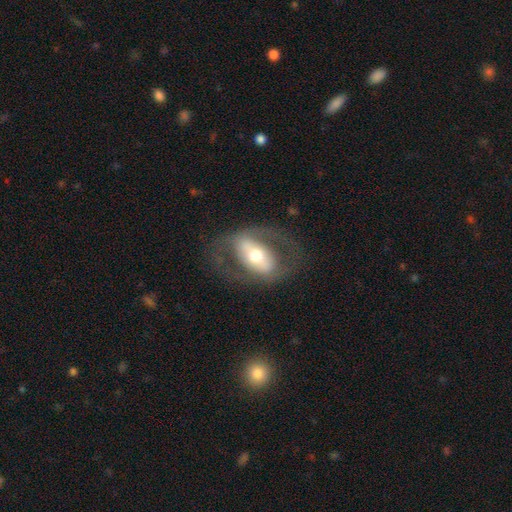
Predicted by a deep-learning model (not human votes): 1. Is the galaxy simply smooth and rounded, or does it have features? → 62% featured or disk, 32% smooth, 6% star or artifact.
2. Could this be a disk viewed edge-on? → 90% no, 10% yes.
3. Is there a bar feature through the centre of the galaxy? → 41% strong, 34% no, 25% weak.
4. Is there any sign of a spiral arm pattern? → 61% no, 39% yes.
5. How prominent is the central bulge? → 64% moderate, 20% large, 12% small, 2% dominant, 1% none.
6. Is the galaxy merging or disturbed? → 69% none, 15% major disturbance, 14% minor disturbance, 1% merger.